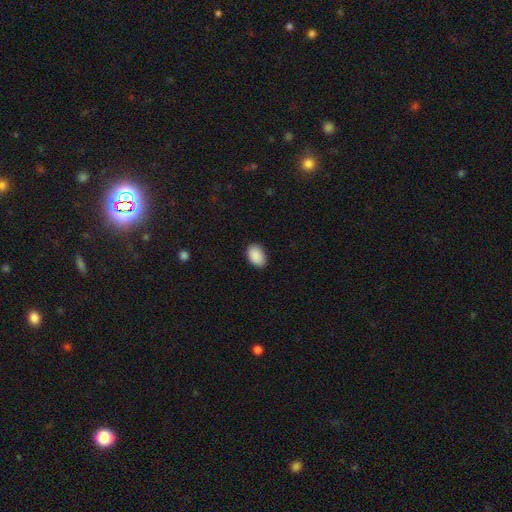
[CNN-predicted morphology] Q: Smooth or featured?
A: smooth (91%); runner-up: star or artifact (7%)
Q: How rounded?
A: in between (88%); runner-up: round (11%)
Q: Merging?
A: none (87%); runner-up: minor disturbance (10%)